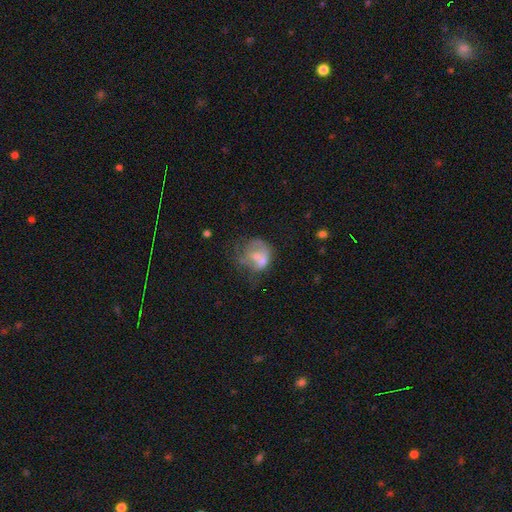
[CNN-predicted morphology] This appears to be a featured or disk galaxy (46%). Merging: major disturbance (30%).